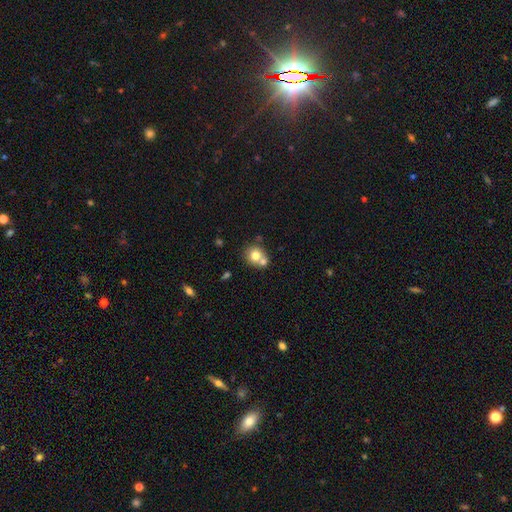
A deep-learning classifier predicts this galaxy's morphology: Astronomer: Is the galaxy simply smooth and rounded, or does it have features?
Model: smooth — 74%.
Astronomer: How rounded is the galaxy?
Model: round — 80%.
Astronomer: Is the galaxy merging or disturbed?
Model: none — 45%, tied with merger at 45%.